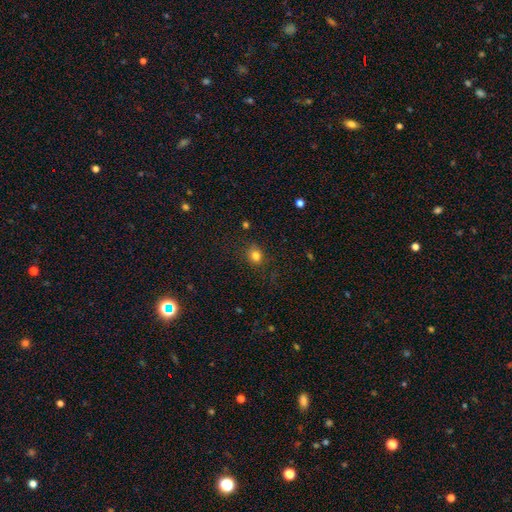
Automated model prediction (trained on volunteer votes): Smooth or featured? Predicted: smooth (p=0.81). How rounded? Predicted: round (p=0.68). Merging? Predicted: none (p=0.82).